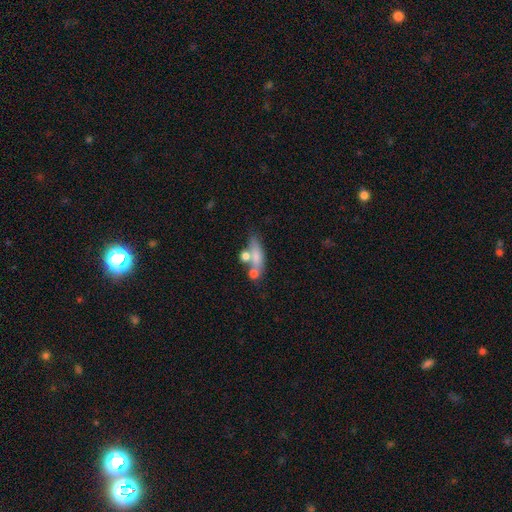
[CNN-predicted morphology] smooth 66%, featured or disk 24%, star or artifact 10%. Down the decision tree: how rounded — in between (53%); merging — none (42%).